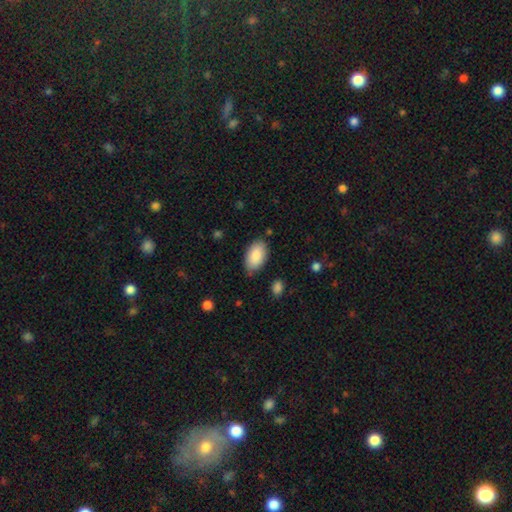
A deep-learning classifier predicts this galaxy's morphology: A smooth galaxy with no disk features (88%) that is in between round and cigar-shaped (95%).

Vote fractions:
- Smooth or featured? smooth: 88% / featured or disk: 6% / star or artifact: 6%
- How rounded? in between: 95% / round: 3% / cigar-shaped: 2%
- Merging? none: 79% / minor disturbance: 16% / major disturbance: 3% / merger: 2%